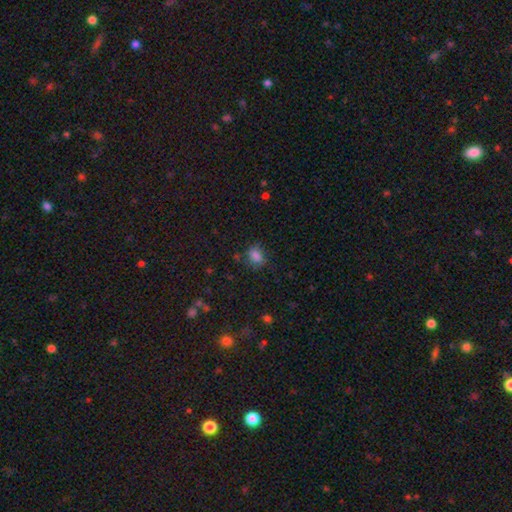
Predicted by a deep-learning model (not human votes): Morphology: type=smooth (81%); roundness=in between (69%); merging=none (64%).